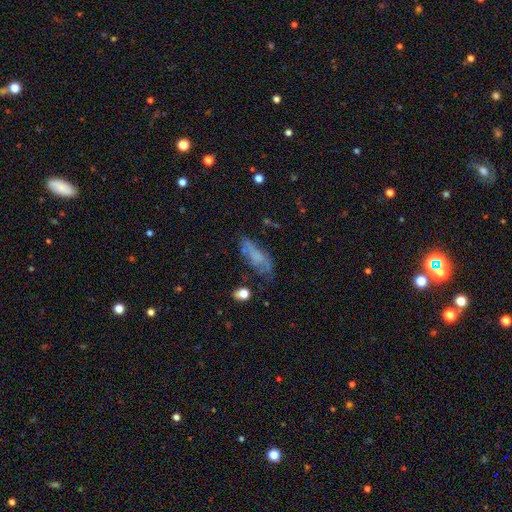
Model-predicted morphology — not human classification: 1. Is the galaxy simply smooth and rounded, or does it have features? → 46% smooth, 40% featured or disk, 14% star or artifact.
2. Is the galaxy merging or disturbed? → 48% none, 27% minor disturbance, 20% major disturbance, 5% merger.